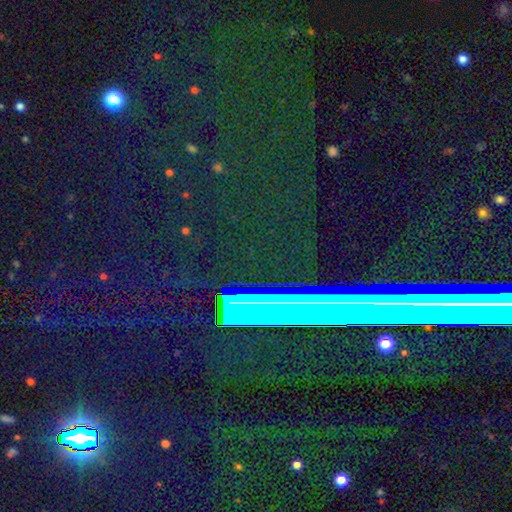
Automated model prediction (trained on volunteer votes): smooth_or_featured: star or artifact (p=0.72) [alt: smooth p=0.14]